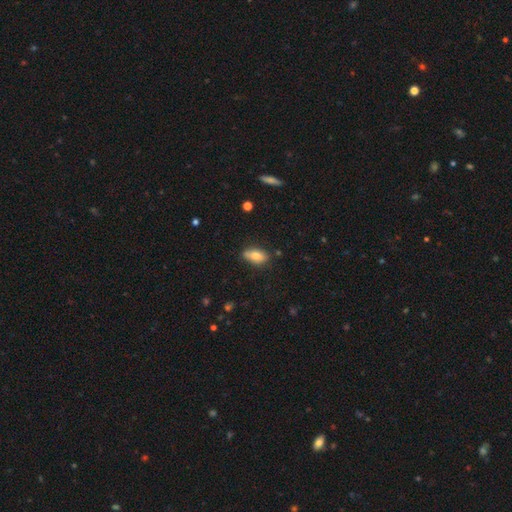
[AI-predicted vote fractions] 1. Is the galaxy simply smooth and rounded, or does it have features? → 76% smooth, 17% featured or disk, 8% star or artifact.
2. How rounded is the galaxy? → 86% in between, 10% cigar-shaped, 4% round.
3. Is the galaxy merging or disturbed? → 79% none, 16% minor disturbance, 3% major disturbance, 2% merger.